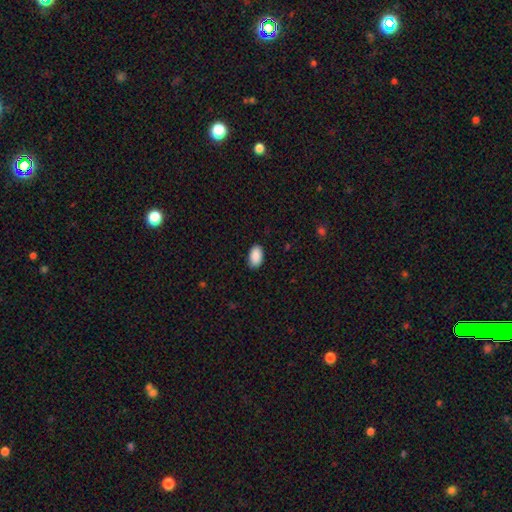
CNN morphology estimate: This is clearly a smooth galaxy (91%). How rounded: clearly in between (93%). Merging: clearly none (86%).